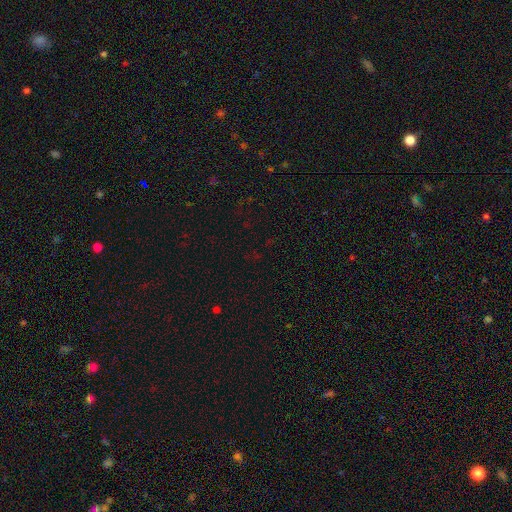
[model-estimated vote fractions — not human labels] Smooth or featured: star or artifact — 71% (smooth — 21%)